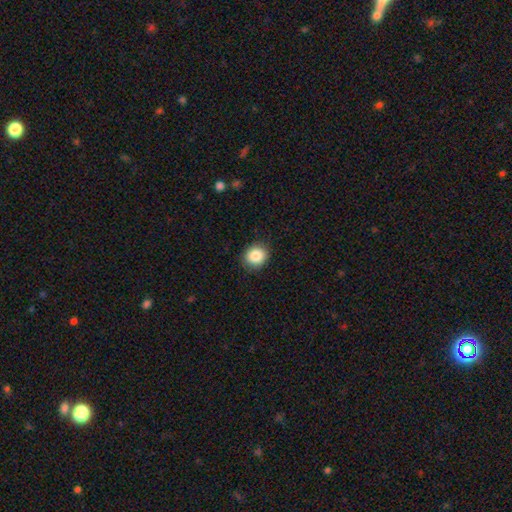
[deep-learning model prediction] Smooth or featured: smooth — 87% (star or artifact — 9%)
How rounded: round — 79% (in between — 20%)
Merging: none — 89% (minor disturbance — 8%)